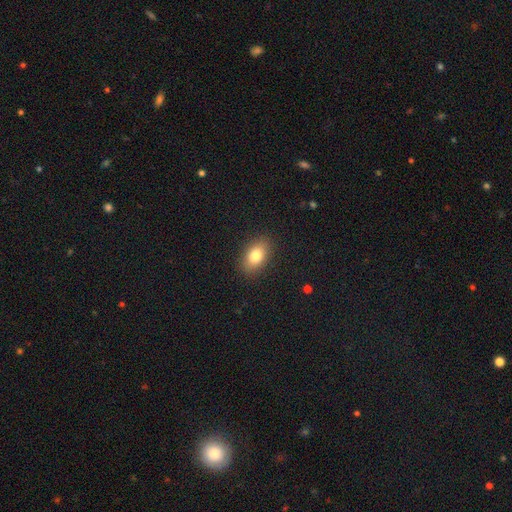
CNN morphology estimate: A smooth galaxy with no disk features (79%) that is in between round and cigar-shaped (87%).

Vote fractions:
- Smooth or featured? smooth: 79% / featured or disk: 12% / star or artifact: 9%
- How rounded? in between: 87% / round: 11% / cigar-shaped: 2%
- Merging? none: 88% / minor disturbance: 8% / major disturbance: 2% / merger: 1%